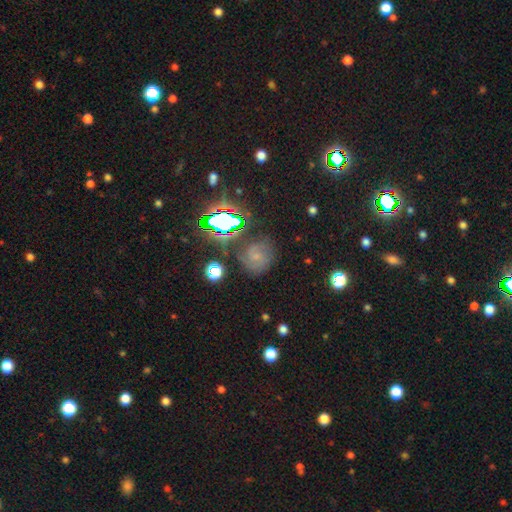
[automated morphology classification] smooth-or-featured: smooth: 36% | featured or disk: 35% | star or artifact: 29%
  merging: none: 67% | minor disturbance: 19% | major disturbance: 9% | merger: 5%